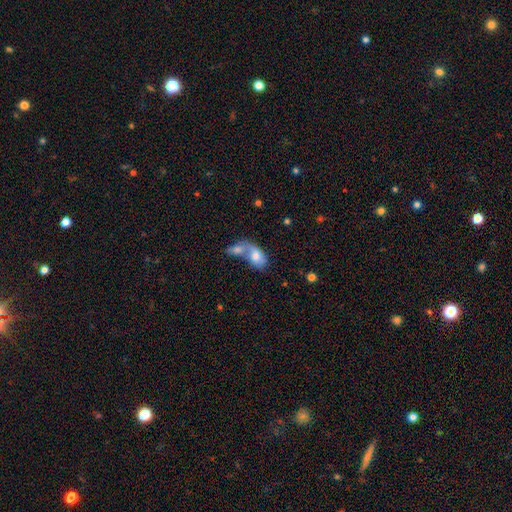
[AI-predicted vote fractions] Smooth or featured? smooth (66%)
How rounded? in between (86%)
Merging? merger (74%)